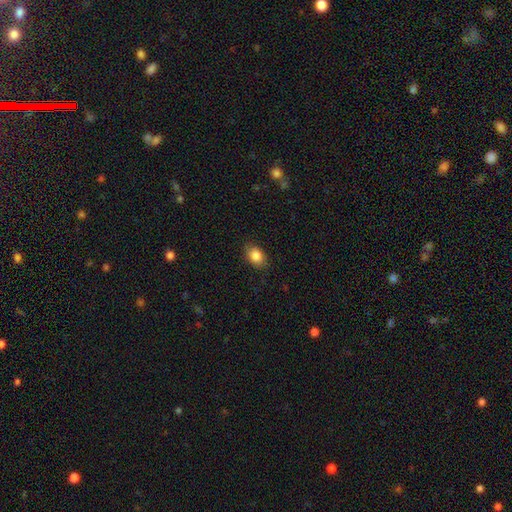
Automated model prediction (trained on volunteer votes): smooth_or_featured: smooth (p=0.87) [alt: star or artifact p=0.08]
how_rounded: in between (p=0.72) [alt: round p=0.27]
merging: none (p=0.83) [alt: minor disturbance p=0.13]